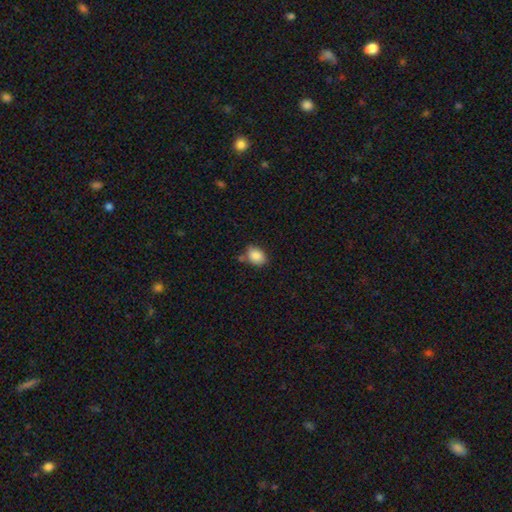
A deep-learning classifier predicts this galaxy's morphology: smooth 86%, star or artifact 8%, featured or disk 6%. Down the decision tree: how rounded — in between (70%); merging — none (61%).